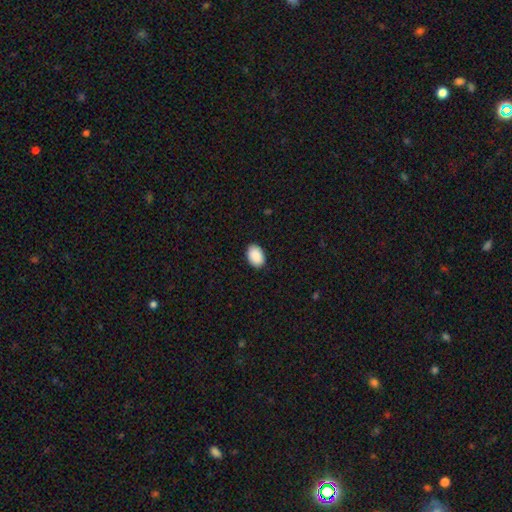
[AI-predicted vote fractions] Overall: smooth (91%). How rounded: in between (87%). Merging: none (89%).